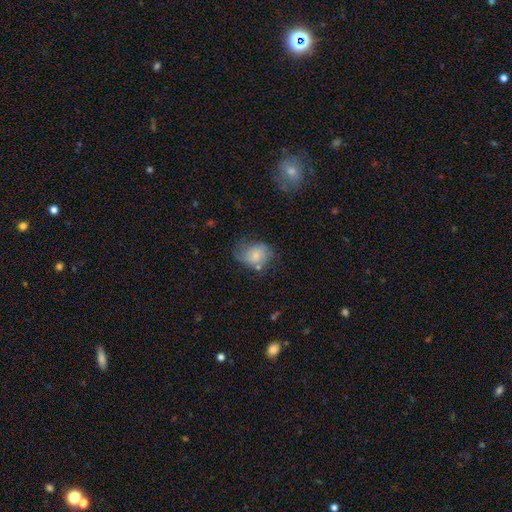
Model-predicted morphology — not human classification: Smooth or featured?
  - smooth: 60% *
  - featured or disk: 31%
  - star or artifact: 9%
How rounded?
  - in between: 54% *
  - round: 45%
  - cigar-shaped: 1%
Merging?
  - none: 43% *
  - minor disturbance: 31%
  - major disturbance: 20%
  - merger: 5%